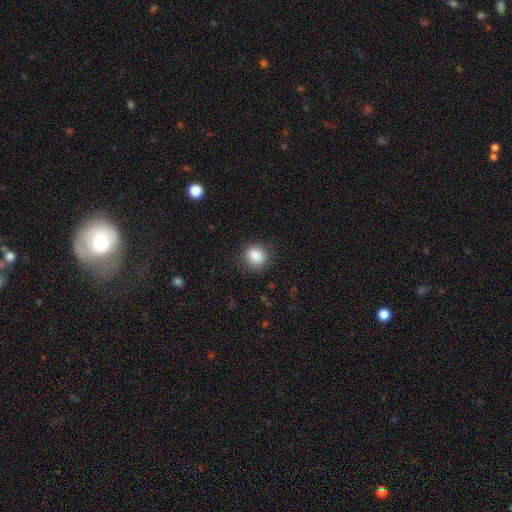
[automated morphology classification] type=smooth (87%); roundness=round (80%); merging=none (87%).